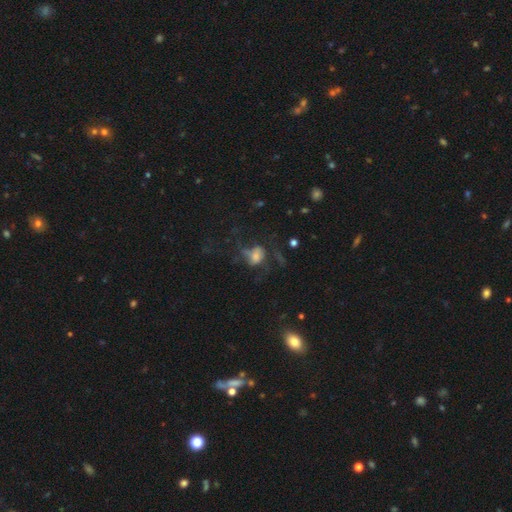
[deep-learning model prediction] Q: Smooth or featured?
A: featured or disk (41%); runner-up: smooth (39%)
Q: Merging?
A: major disturbance (43%); runner-up: none (36%)